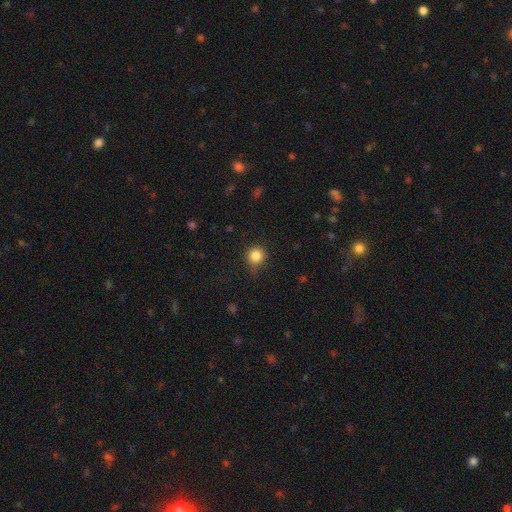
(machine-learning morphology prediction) smooth_or_featured: smooth (p=0.85) [alt: star or artifact p=0.11]
how_rounded: round (p=0.92) [alt: in between p=0.07]
merging: none (p=0.77) [alt: minor disturbance p=0.18]